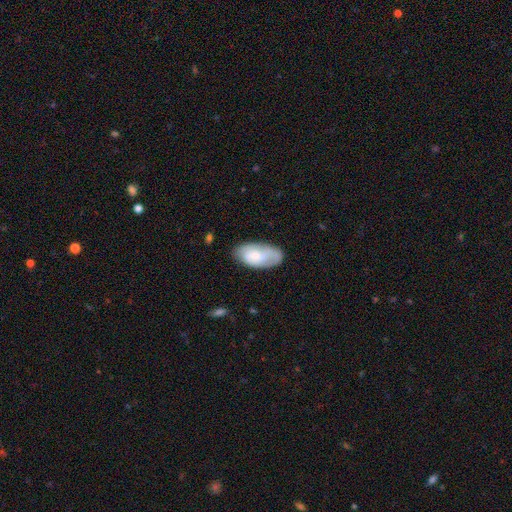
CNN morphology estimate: Smooth or featured? Predicted: smooth (p=0.56). How rounded? Predicted: in between (p=0.94). Merging? Predicted: none (p=0.68).